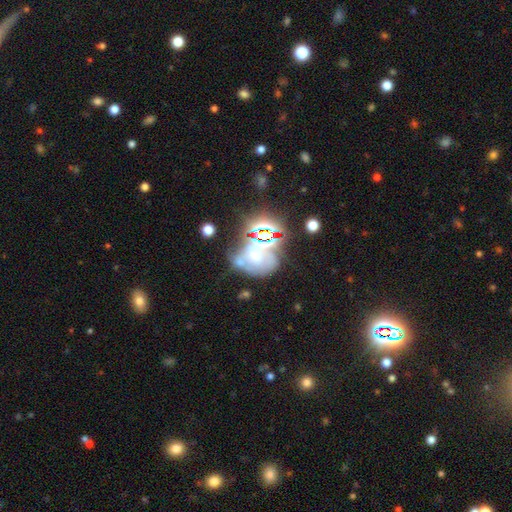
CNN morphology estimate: The model was most divided on "smooth or featured": star or artifact: 36%, featured or disk: 33%, smooth: 31%.